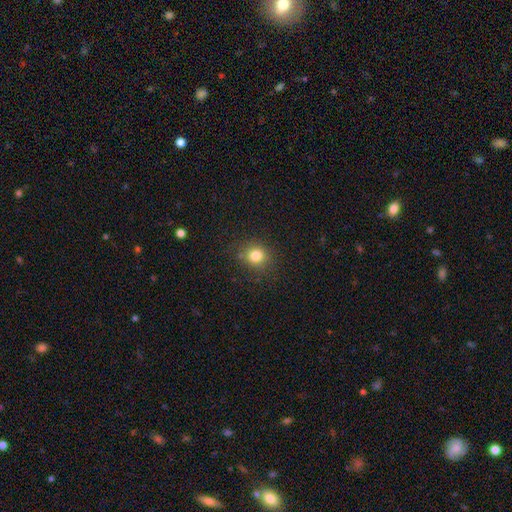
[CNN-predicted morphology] Smooth or featured? smooth (81%)
How rounded? round (83%)
Merging? none (82%)